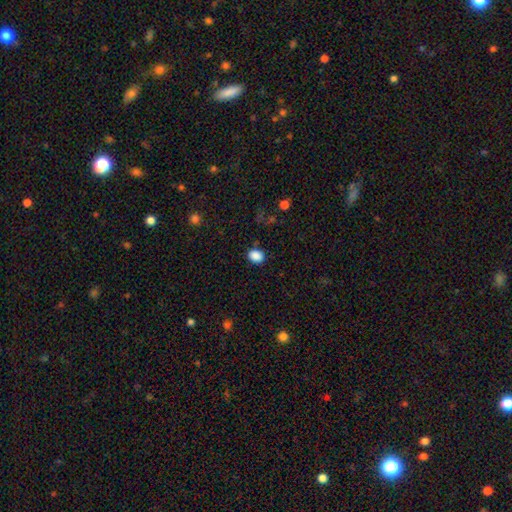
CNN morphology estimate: Smooth or featured: smooth — 88% (star or artifact — 9%)
How rounded: in between — 61% (round — 38%)
Merging: none — 85% (minor disturbance — 11%)